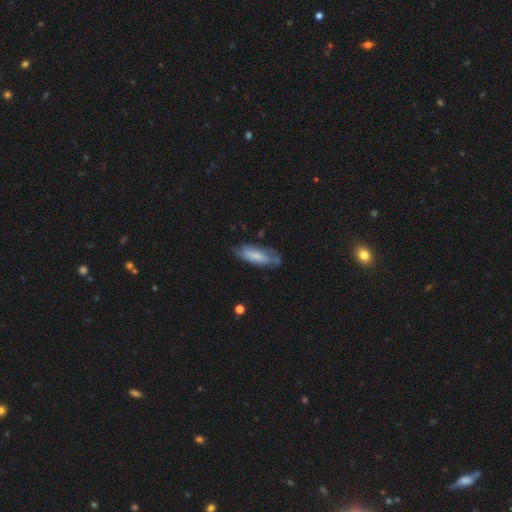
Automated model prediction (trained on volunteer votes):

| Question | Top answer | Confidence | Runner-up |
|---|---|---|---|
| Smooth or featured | featured or disk | 47% | smooth (46%) |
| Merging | none | 63% | minor disturbance (26%) |